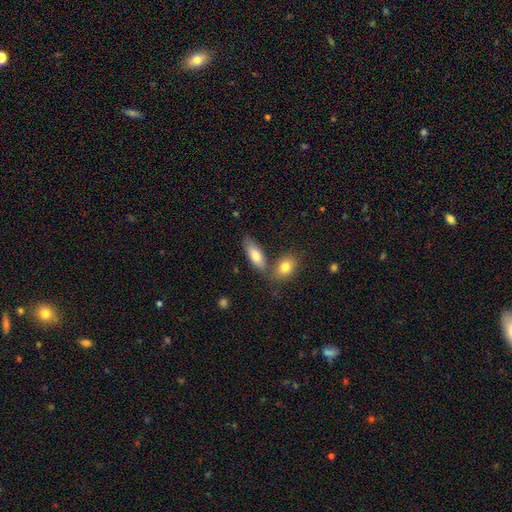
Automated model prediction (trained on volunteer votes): Overall: smooth (79%). How rounded: in between (75%). Merging: none (58%; merger 26%).